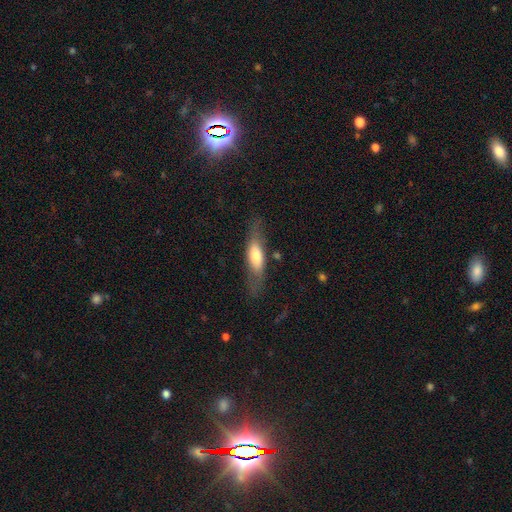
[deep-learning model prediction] smooth_or_featured: smooth (p=0.59) [alt: featured or disk p=0.35]
how_rounded: in between (p=0.50) [alt: cigar-shaped p=0.47]
merging: none (p=0.68) [alt: minor disturbance p=0.20]